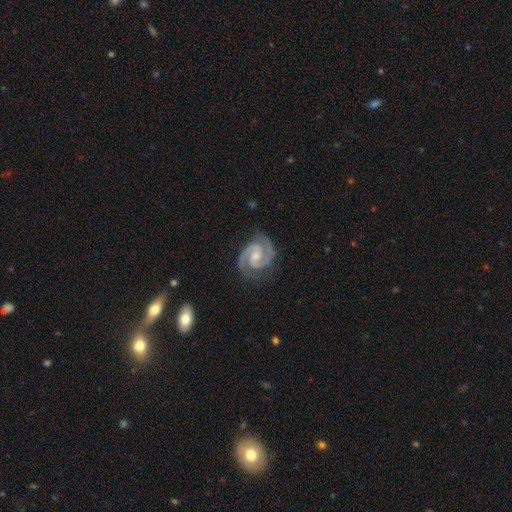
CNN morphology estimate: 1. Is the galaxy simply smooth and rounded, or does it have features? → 93% featured or disk, 4% star or artifact, 3% smooth.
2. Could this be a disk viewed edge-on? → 98% no, 2% yes.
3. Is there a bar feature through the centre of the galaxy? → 45% no, 44% weak, 12% strong.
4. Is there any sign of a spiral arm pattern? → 99% yes, 1% no.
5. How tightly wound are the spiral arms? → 49% tight, 47% medium, 5% loose.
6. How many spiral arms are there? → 93% 2, 2% 3, 1% can't tell, 1% 1, 1% 4, 1% more than 4.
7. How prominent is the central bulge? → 55% moderate, 30% small, 10% none, 4% large, 1% dominant.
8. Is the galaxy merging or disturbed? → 81% none, 14% minor disturbance, 4% major disturbance, 1% merger.